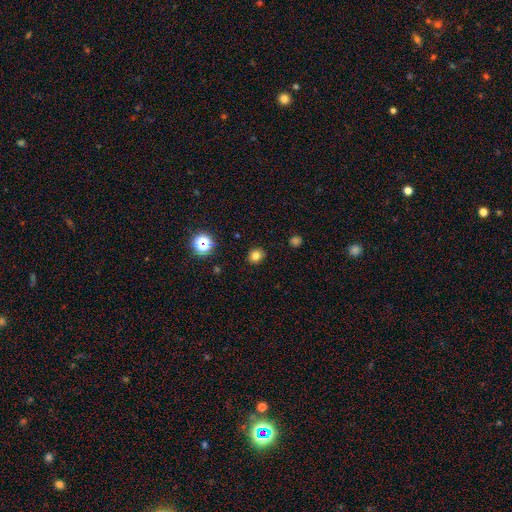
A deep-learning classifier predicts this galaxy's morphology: Smooth or featured?
  - smooth: 79% *
  - star or artifact: 15%
  - featured or disk: 6%
How rounded?
  - round: 79% *
  - in between: 21%
  - cigar-shaped: 1%
Merging?
  - none: 90% *
  - minor disturbance: 7%
  - major disturbance: 2%
  - merger: 1%